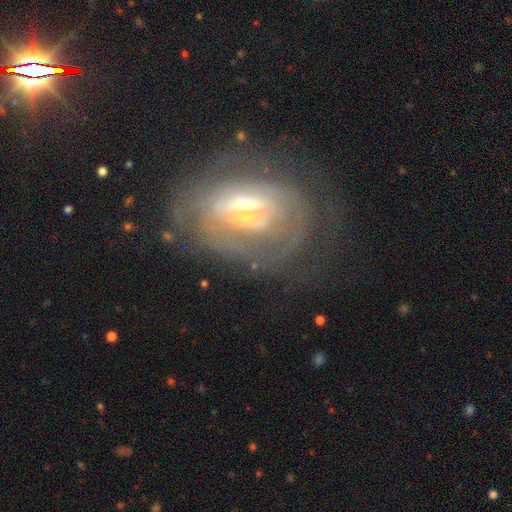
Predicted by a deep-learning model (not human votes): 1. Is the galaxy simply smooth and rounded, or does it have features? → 70% featured or disk, 19% smooth, 11% star or artifact.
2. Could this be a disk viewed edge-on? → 94% no, 6% yes.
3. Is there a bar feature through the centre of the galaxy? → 42% no, 39% weak, 18% strong.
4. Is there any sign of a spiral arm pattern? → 60% yes, 40% no.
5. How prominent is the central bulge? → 44% moderate, 33% small, 13% large, 7% none, 2% dominant.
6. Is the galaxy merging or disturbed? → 54% none, 21% minor disturbance, 21% major disturbance, 4% merger.